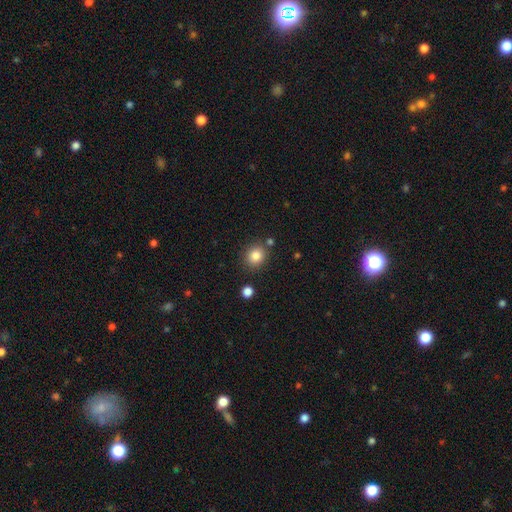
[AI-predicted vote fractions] Q: Smooth or featured?
A: smooth (85%); runner-up: star or artifact (10%)
Q: How rounded?
A: round (77%); runner-up: in between (22%)
Q: Merging?
A: none (82%); runner-up: minor disturbance (10%)